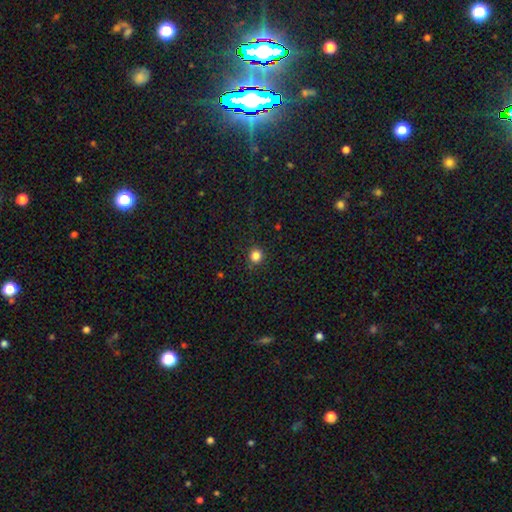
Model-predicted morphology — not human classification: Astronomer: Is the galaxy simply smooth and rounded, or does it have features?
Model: smooth — 83%.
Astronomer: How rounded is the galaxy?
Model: round — 92%.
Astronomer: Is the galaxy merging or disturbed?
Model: none — 90%.